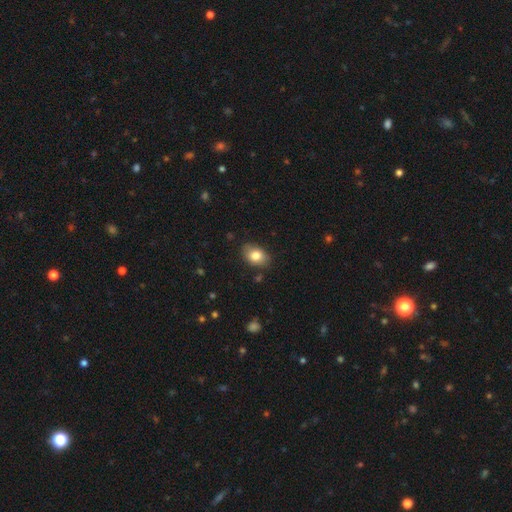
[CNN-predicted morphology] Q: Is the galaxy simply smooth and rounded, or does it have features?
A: smooth — 80%.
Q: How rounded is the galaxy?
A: in between — 82%.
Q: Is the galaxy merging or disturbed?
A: none — 82%.